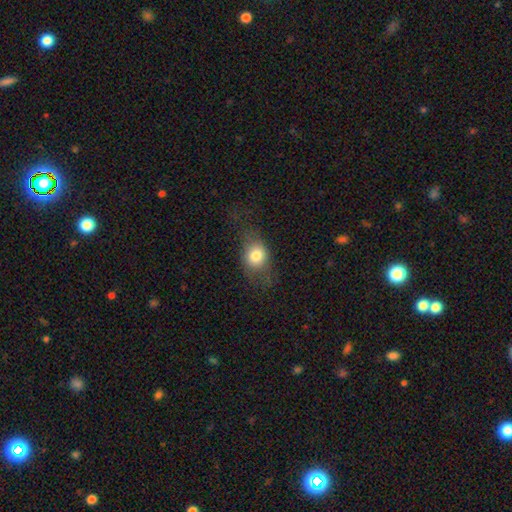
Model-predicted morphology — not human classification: This is likely a smooth galaxy (76%). How rounded: possibly in between (51%). Merging: possibly none (55%).